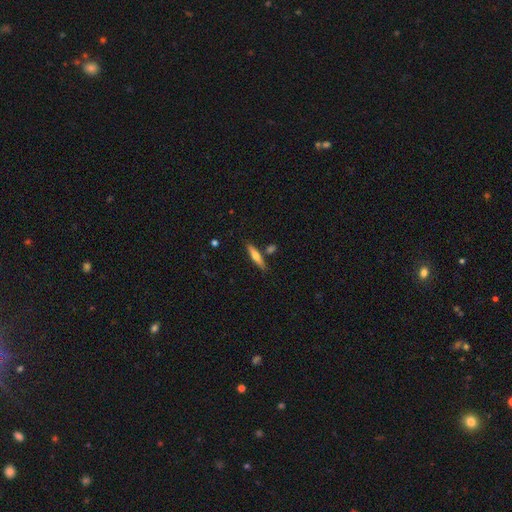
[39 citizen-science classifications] A smooth galaxy with no disk features (74%) that is cigar-shaped (93%).

Vote fractions:
- Smooth or featured? smooth: 74% / featured or disk: 21% / star or artifact: 5%
- How rounded? cigar-shaped: 93% / round: 3% / in between: 3%
- Merging? none: 59% / minor disturbance: 19% / merger: 14% / major disturbance: 8%